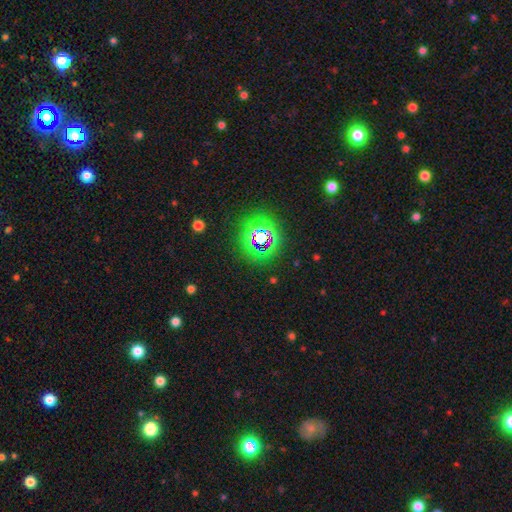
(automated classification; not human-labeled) star or artifact 57%, smooth 28%, featured or disk 15%.